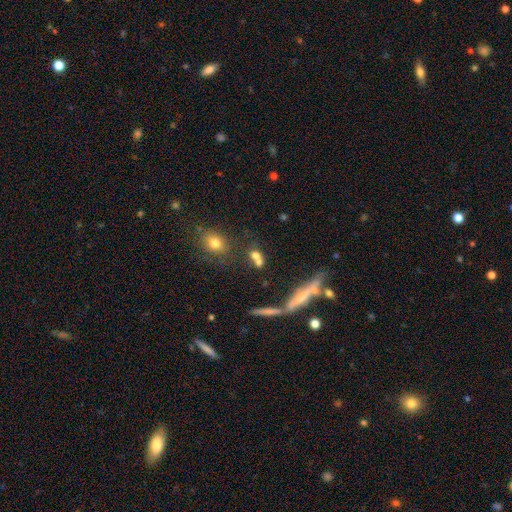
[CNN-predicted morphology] smooth_or_featured: smooth (p=0.68) [alt: featured or disk p=0.17]
how_rounded: round (p=0.47) [alt: in between p=0.42]
merging: merger (p=0.42) [tied with: none p=0.42]